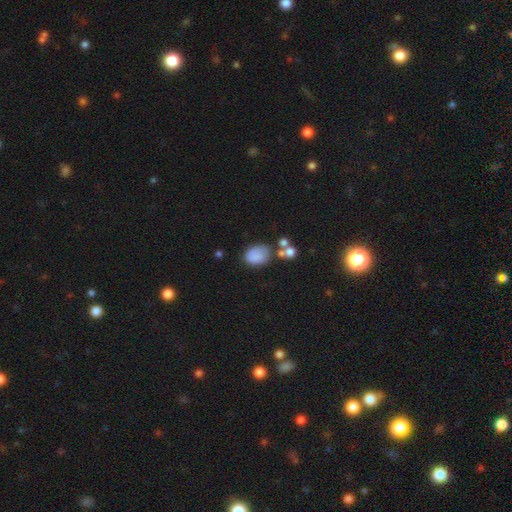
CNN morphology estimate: smooth 80%, star or artifact 11%, featured or disk 10%. Down the decision tree: how rounded — in between (71%); merging — none (54%).